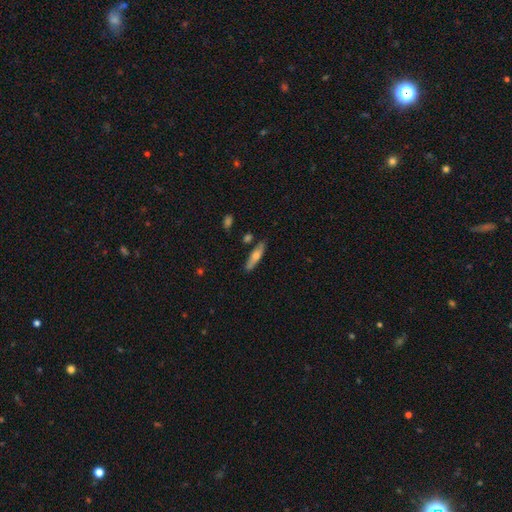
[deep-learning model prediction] Smooth or featured? smooth (58%)
How rounded? cigar-shaped (75%)
Merging? none (81%)